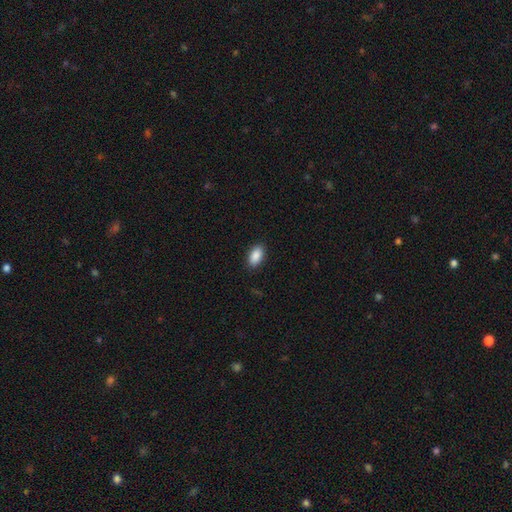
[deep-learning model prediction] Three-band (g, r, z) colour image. It shows a smooth galaxy with no disk features (89%) that is in between round and cigar-shaped (93%). Merging: none (89%).